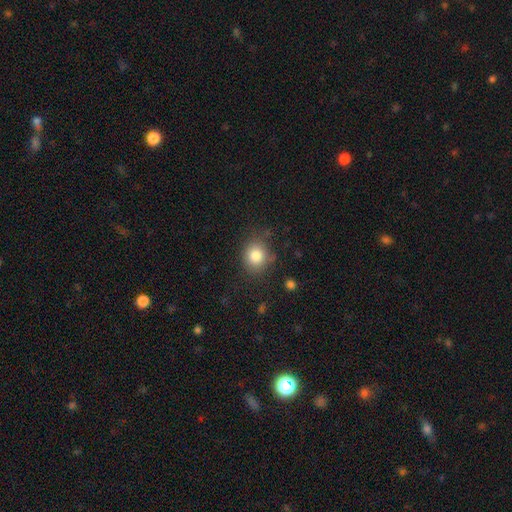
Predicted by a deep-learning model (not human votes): Overall: smooth (82%). How rounded: round (77%). Merging: none (78%).